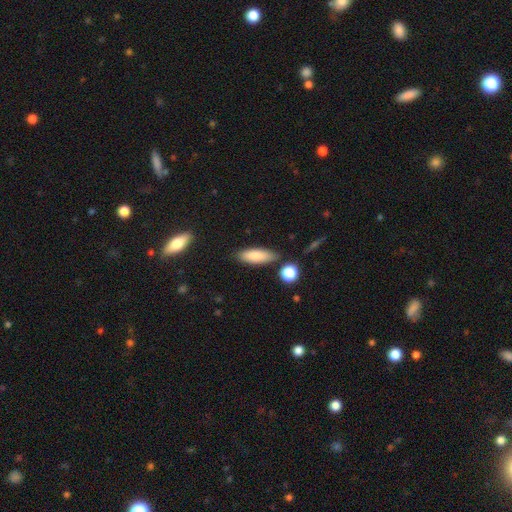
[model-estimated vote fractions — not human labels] This appears to be a smooth galaxy with no disk features (82%) that is in between round and cigar-shaped (62%). Merging: none (80%).